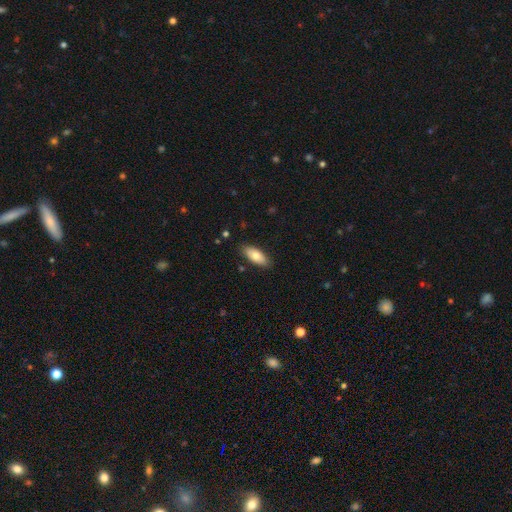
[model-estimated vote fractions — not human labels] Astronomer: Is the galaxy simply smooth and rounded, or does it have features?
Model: smooth — 79%.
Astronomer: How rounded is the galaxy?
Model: in between — 85%.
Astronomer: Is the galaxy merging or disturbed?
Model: none — 86%.